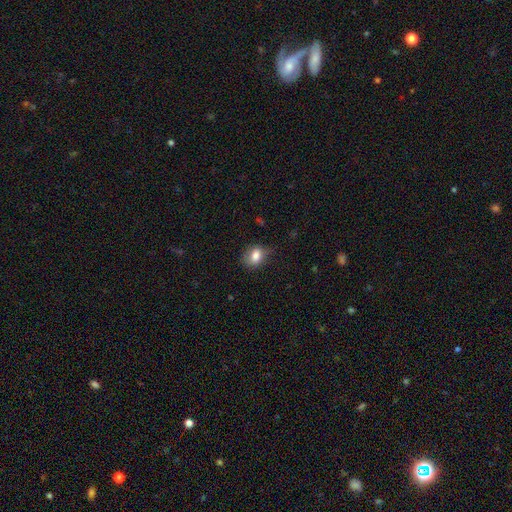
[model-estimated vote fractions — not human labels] smooth_or_featured: smooth (p=0.81) [alt: featured or disk p=0.11]
how_rounded: in between (p=0.64) [alt: round p=0.34]
merging: none (p=0.66) [alt: minor disturbance p=0.25]